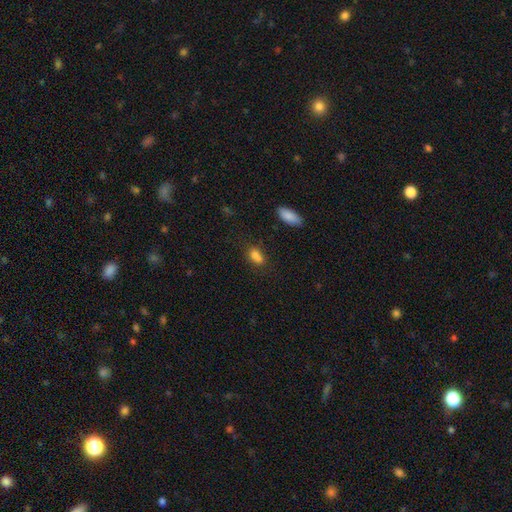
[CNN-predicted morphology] The model was most divided on "merging": none: 48%, merger: 30%, minor disturbance: 16%, major disturbance: 6%. More confident: smooth or featured — smooth (78%); how rounded — in between (76%).